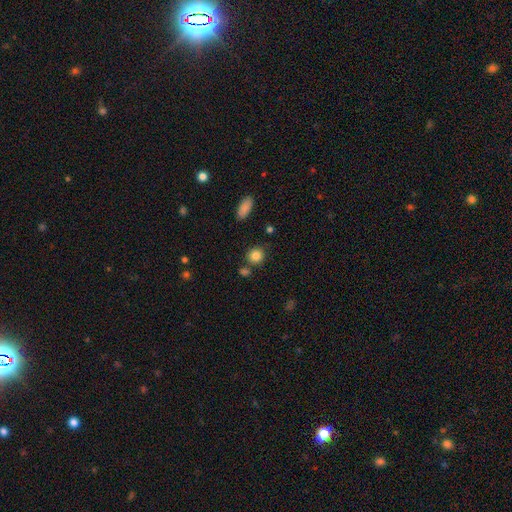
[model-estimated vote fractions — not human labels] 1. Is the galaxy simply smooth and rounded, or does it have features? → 84% smooth, 10% star or artifact, 6% featured or disk.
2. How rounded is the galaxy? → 86% round, 13% in between, 1% cigar-shaped.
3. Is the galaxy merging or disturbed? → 78% none, 10% minor disturbance, 9% merger, 3% major disturbance.